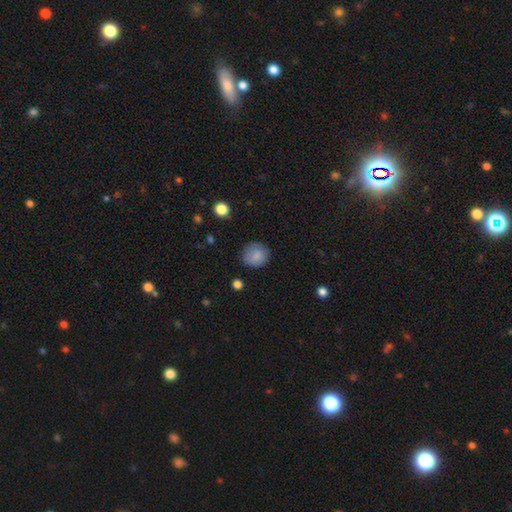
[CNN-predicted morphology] The model was most divided on "merging": none: 80%, minor disturbance: 15%, major disturbance: 4%, merger: 1%. More confident: how rounded — round (85%); smooth or featured — smooth (84%).